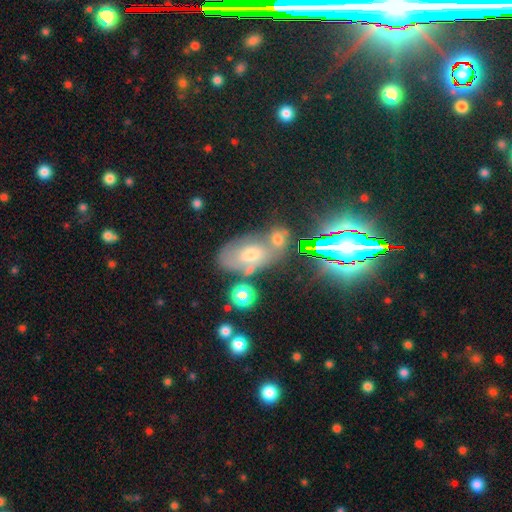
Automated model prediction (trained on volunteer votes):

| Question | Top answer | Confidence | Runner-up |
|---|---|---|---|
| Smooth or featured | star or artifact | 51% | featured or disk (30%) |